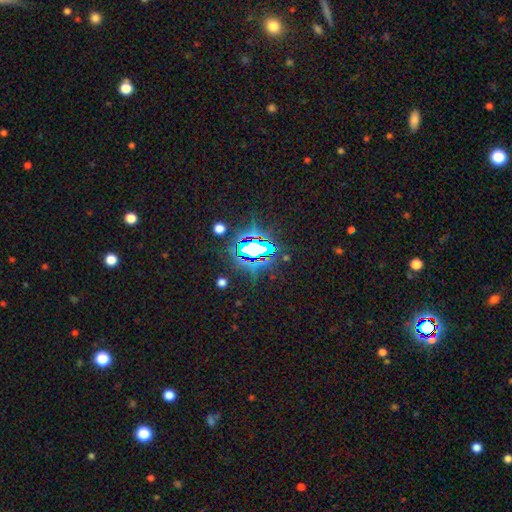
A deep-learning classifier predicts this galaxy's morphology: This appears to be a star or artifact, not a galaxy (82%).